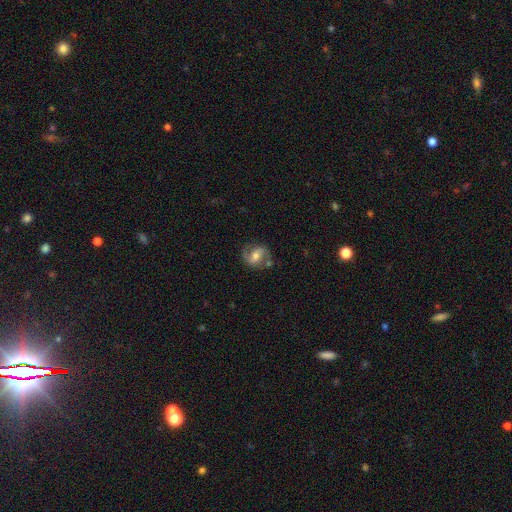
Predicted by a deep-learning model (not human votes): Smooth or featured?
  - featured or disk: 68% *
  - smooth: 24%
  - star or artifact: 8%
Edge-on disk?
  - no: 97% *
  - yes: 3%
Bar?
  - weak: 42% *
  - no: 37%
  - strong: 21%
Spiral arms?
  - yes: 89% *
  - no: 11%
Spiral winding?
  - medium: 48% *
  - loose: 34%
  - tight: 19%
Spiral arm count?
  - 2: 87% *
  - can't tell: 6%
  - 1: 5%
  - 3: 1%
  - 4: 1%
  - more than 4: 1%
Bulge size?
  - moderate: 66% *
  - small: 24%
  - large: 7%
  - none: 2%
  - dominant: 1%
Merging?
  - none: 68% *
  - minor disturbance: 18%
  - major disturbance: 7%
  - merger: 7%